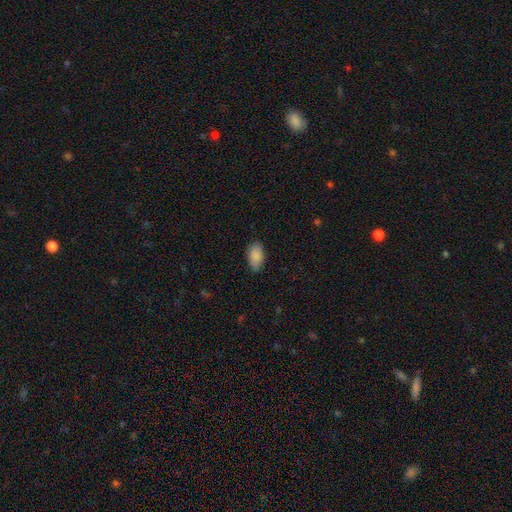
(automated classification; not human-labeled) Smooth or featured: smooth — 88% (star or artifact — 7%)
How rounded: in between — 93% (round — 4%)
Merging: none — 73% (minor disturbance — 22%)